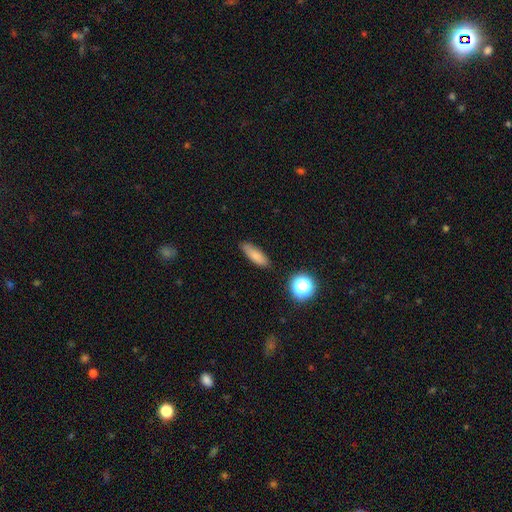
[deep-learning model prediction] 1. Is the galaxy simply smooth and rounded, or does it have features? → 81% smooth, 11% star or artifact, 9% featured or disk.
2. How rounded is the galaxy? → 55% in between, 41% cigar-shaped, 4% round.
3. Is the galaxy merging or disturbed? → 82% none, 13% minor disturbance, 3% major disturbance, 2% merger.